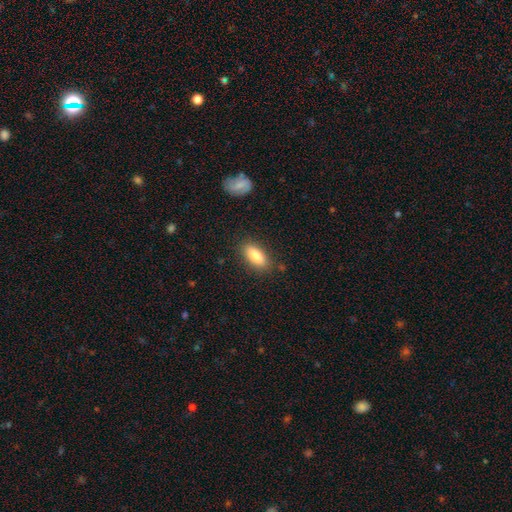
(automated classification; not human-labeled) Smooth or featured? Predicted: smooth (p=0.84). How rounded? Predicted: in between (p=0.81). Merging? Predicted: none (p=0.85).